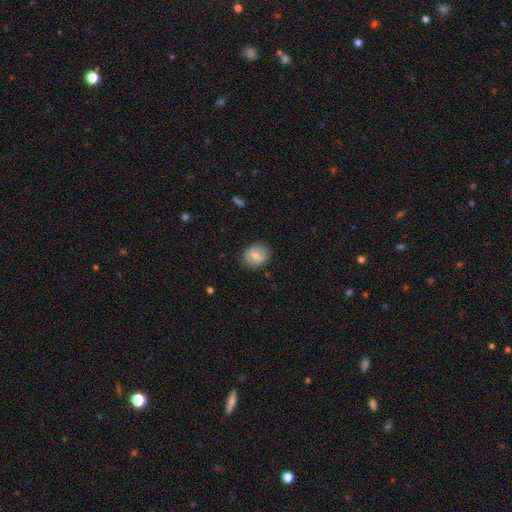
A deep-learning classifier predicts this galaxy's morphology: Smooth or featured? smooth (63%)
How rounded? round (59%)
Merging? none (84%)